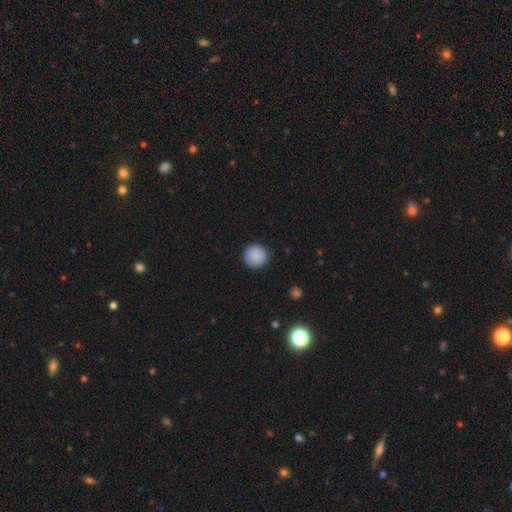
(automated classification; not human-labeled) This appears to be a smooth galaxy with no disk features (89%) that is round (96%). Merging: none (92%).